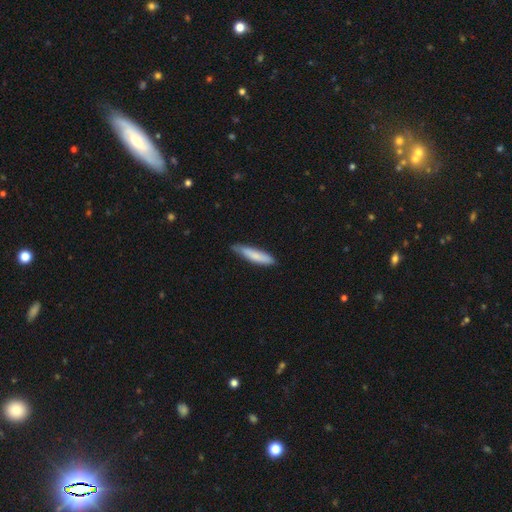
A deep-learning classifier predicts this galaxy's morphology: Q: Smooth or featured?
A: smooth (79%); runner-up: featured or disk (16%)
Q: How rounded?
A: cigar-shaped (83%); runner-up: in between (15%)
Q: Merging?
A: none (71%); runner-up: minor disturbance (24%)